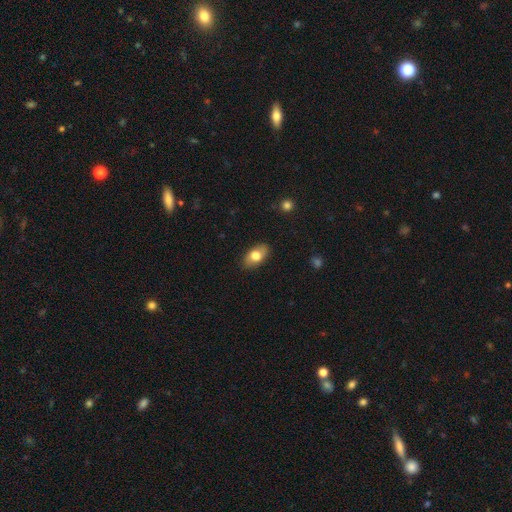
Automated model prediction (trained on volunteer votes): This appears to be a smooth galaxy with no disk features (76%) that is in between round and cigar-shaped (90%). Merging: none (86%).